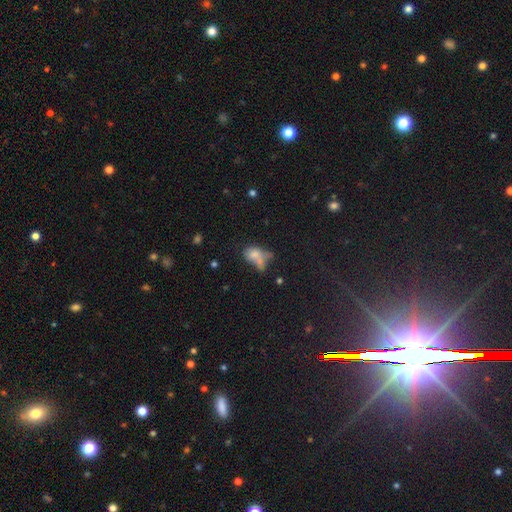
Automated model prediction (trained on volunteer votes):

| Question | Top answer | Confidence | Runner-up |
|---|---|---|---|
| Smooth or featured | smooth | 68% | featured or disk (19%) |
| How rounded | in between | 76% | round (19%) |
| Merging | merger | 40% | none (25%) |